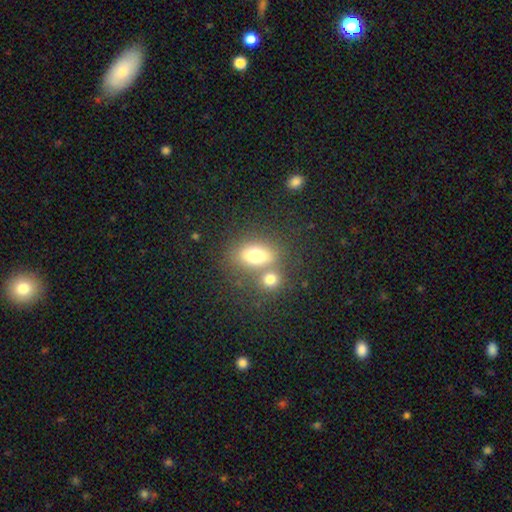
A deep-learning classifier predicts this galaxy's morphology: smooth_or_featured: smooth (p=0.74) [alt: featured or disk p=0.15]
how_rounded: in between (p=0.77) [alt: round p=0.19]
merging: none (p=0.47) [alt: merger p=0.39]